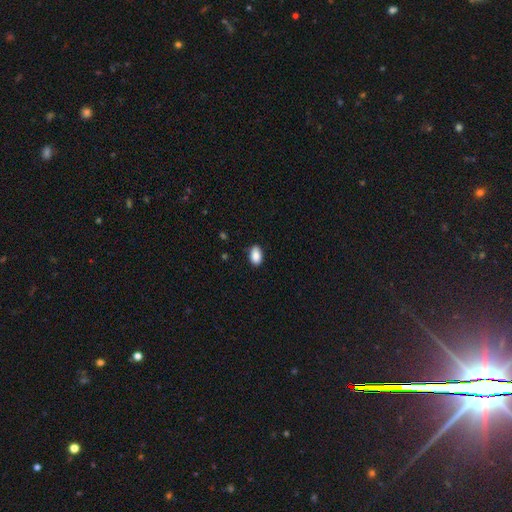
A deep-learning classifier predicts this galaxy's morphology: The model was most divided on "merging": none: 83%, minor disturbance: 13%, major disturbance: 2%, merger: 1%. More confident: how rounded — in between (92%); smooth or featured — smooth (89%).